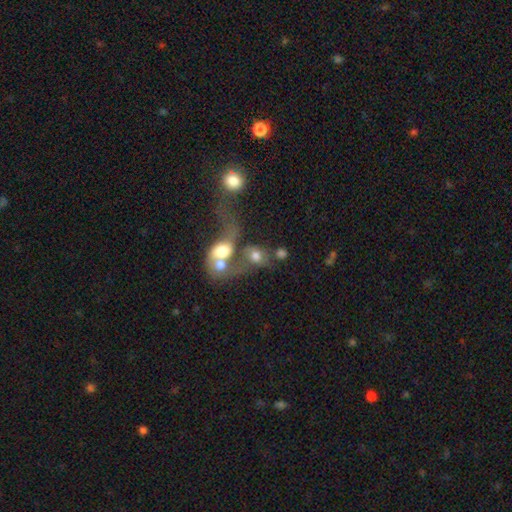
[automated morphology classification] smooth-or-featured: smooth: 42% | featured or disk: 38% | star or artifact: 20%
  merging: merger: 70% | major disturbance: 13% | none: 12% | minor disturbance: 5%